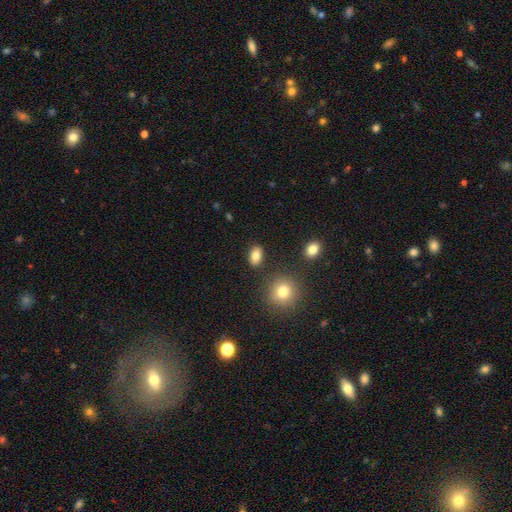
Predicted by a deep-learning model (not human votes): Smooth or featured? smooth (83%)
How rounded? in between (82%)
Merging? none (86%)